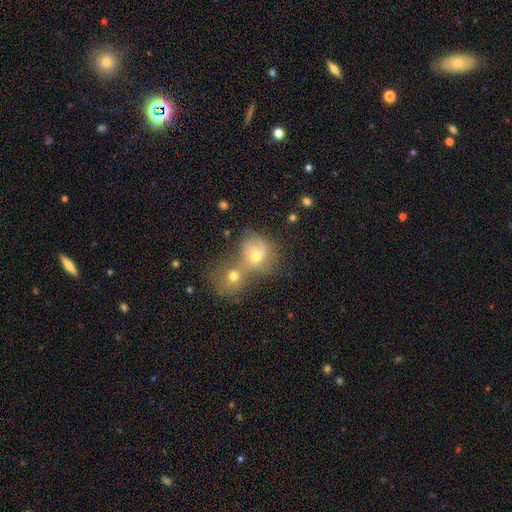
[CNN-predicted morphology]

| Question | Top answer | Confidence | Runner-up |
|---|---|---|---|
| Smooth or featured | featured or disk | 45% | smooth (40%) |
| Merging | merger | 57% | none (26%) |